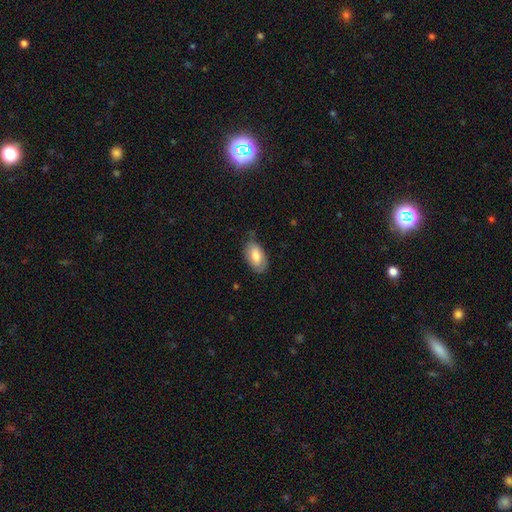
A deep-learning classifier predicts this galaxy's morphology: type=smooth (74%); roundness=in between (94%); merging=none (70%).